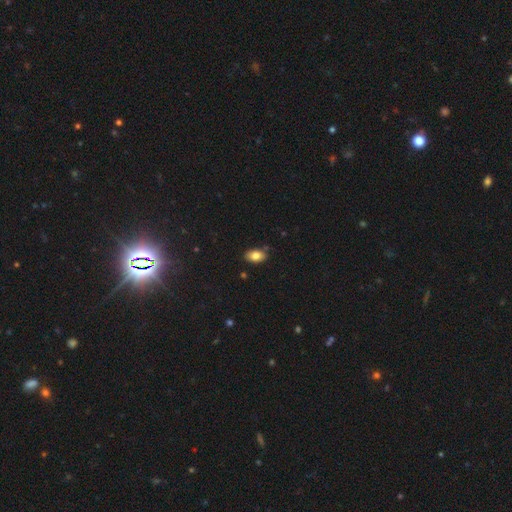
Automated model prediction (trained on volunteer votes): Smooth or featured?
  - smooth: 82% *
  - featured or disk: 9%
  - star or artifact: 8%
How rounded?
  - in between: 91% *
  - round: 7%
  - cigar-shaped: 2%
Merging?
  - none: 83% *
  - minor disturbance: 12%
  - merger: 3%
  - major disturbance: 2%